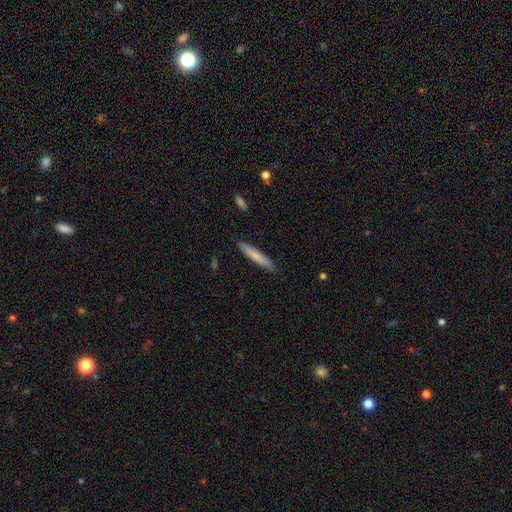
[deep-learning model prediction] Smooth or featured: smooth — 69% (featured or disk — 25%)
How rounded: cigar-shaped — 93% (in between — 6%)
Merging: none — 90% (minor disturbance — 8%)